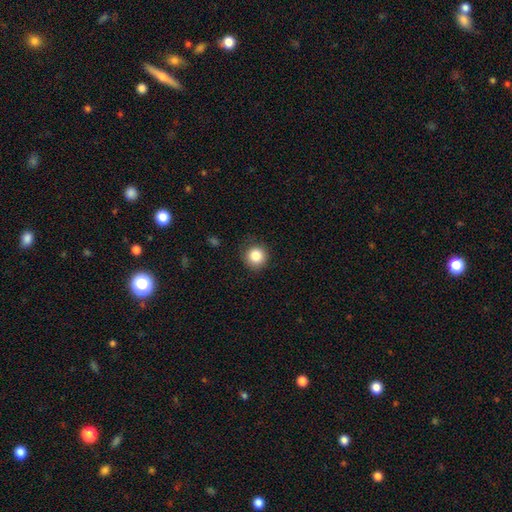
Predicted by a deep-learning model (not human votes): Q: Smooth or featured?
A: smooth (85%); runner-up: star or artifact (10%)
Q: How rounded?
A: round (93%); runner-up: in between (6%)
Q: Merging?
A: none (87%); runner-up: minor disturbance (10%)